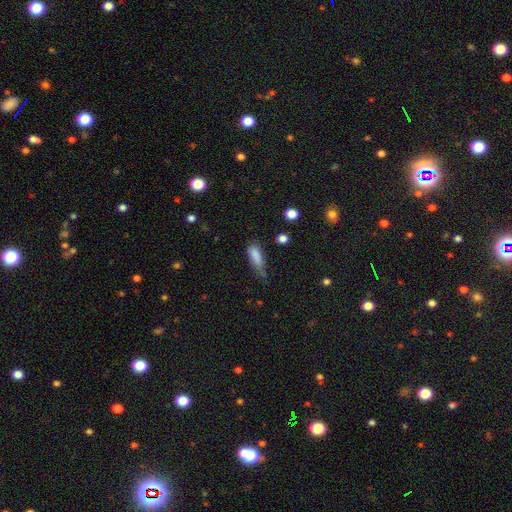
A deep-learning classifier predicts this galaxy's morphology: Overall: smooth (81%). How rounded: in between (63%; cigar-shaped 34%). Merging: minor disturbance (43%; none 31%).